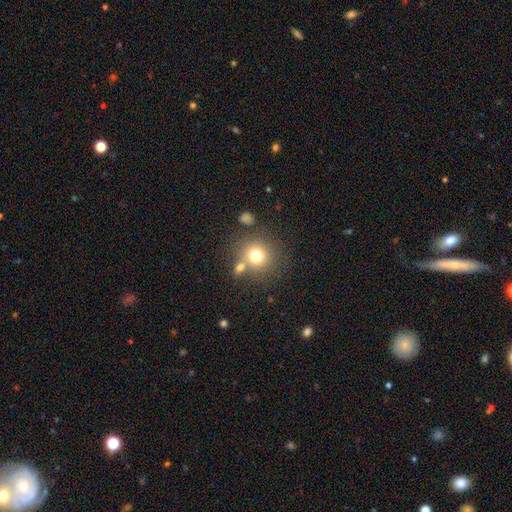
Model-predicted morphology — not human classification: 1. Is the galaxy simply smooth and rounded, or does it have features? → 74% smooth, 13% star or artifact, 13% featured or disk.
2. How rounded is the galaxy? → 88% round, 11% in between, 1% cigar-shaped.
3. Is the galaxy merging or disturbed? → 65% none, 20% merger, 10% minor disturbance, 5% major disturbance.